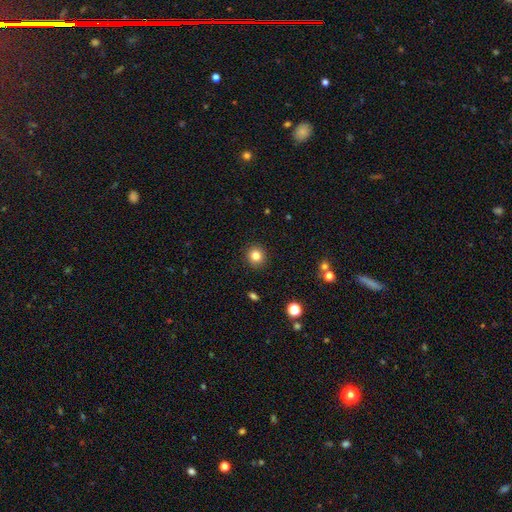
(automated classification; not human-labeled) Smooth or featured? smooth (82%)
How rounded? round (91%)
Merging? none (92%)